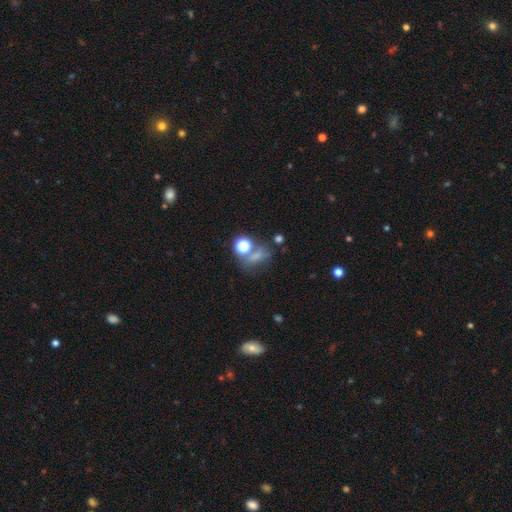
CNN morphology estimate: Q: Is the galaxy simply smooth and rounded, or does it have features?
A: smooth — 55%.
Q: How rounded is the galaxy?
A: in between — 46%, tied with round.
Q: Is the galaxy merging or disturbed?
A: none — 46%.